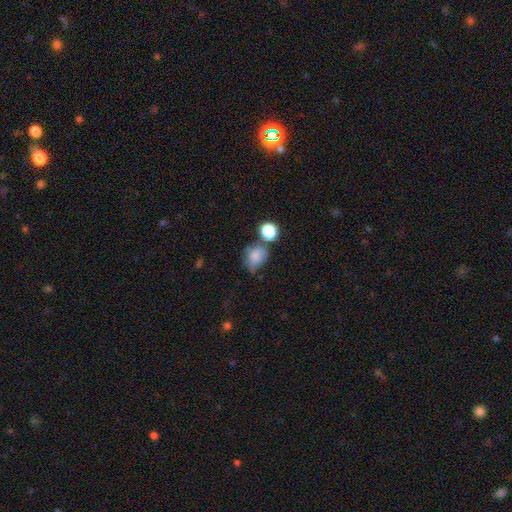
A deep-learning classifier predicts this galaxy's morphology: A smooth galaxy with no disk features (72%) that is round (56%). Merging: none (42%).